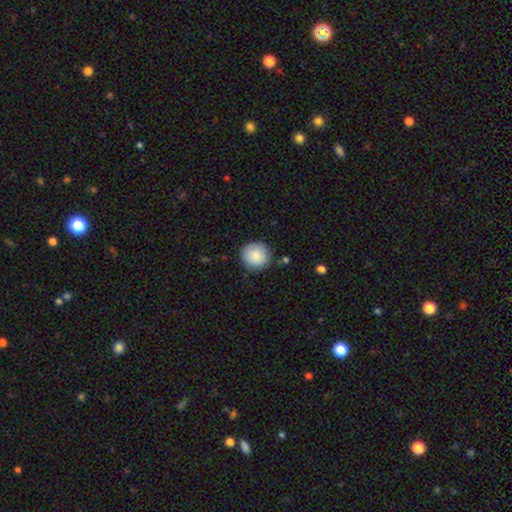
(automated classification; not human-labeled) smooth_or_featured: smooth (p=0.86) [alt: star or artifact p=0.07]
how_rounded: round (p=0.92) [alt: in between p=0.07]
merging: none (p=0.84) [alt: minor disturbance p=0.11]